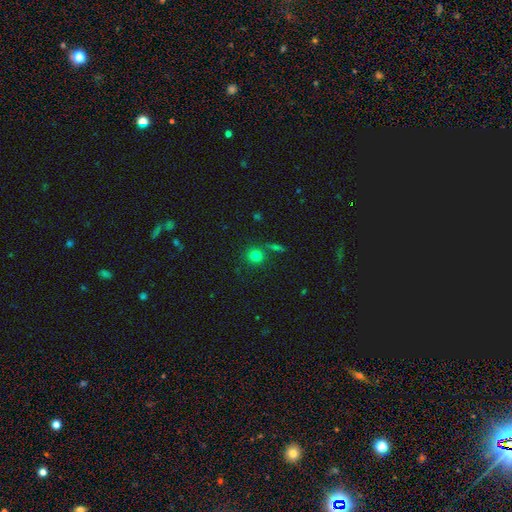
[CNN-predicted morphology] Smooth or featured?
  - smooth: 78% *
  - star or artifact: 15%
  - featured or disk: 7%
How rounded?
  - round: 91% *
  - in between: 8%
  - cigar-shaped: 1%
Merging?
  - none: 76% *
  - merger: 11%
  - minor disturbance: 9%
  - major disturbance: 4%